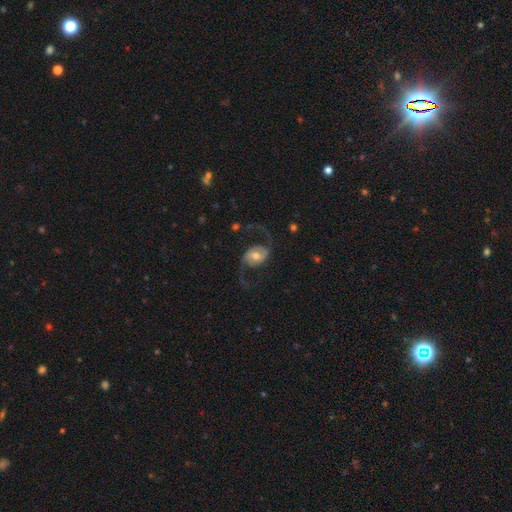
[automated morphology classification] smooth_or_featured: featured or disk (p=0.85) [alt: smooth p=0.09]
disk_edge_on: no (p=0.97) [alt: yes p=0.03]
bar: no (p=0.56) [alt: weak p=0.31]
has_spiral_arms: yes (p=0.95) [alt: no p=0.05]
spiral_winding: loose (p=0.79) [alt: medium p=0.17]
spiral_arm_count: 2 (p=0.94) [alt: 1 p=0.02]
bulge_size: moderate (p=0.68) [alt: small p=0.20]
merging: none (p=0.71) [alt: major disturbance p=0.15]